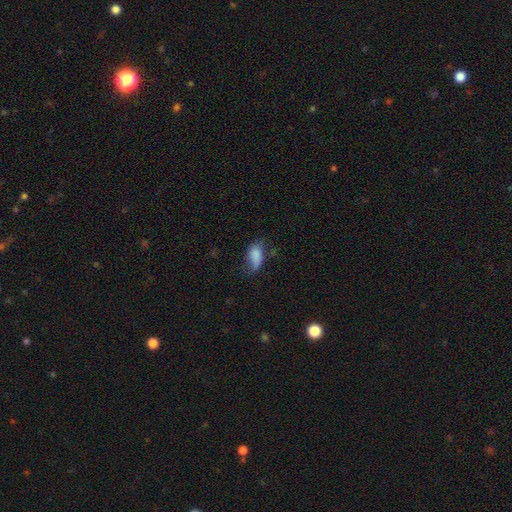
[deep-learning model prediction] Morphology: type=smooth (77%); roundness=in between (89%); merging=none (39%).